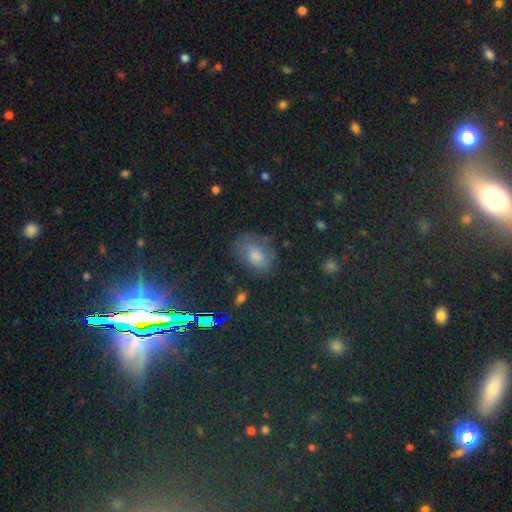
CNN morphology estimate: smooth 50%, star or artifact 32%, featured or disk 18%. Down the decision tree: merging — none (70%).